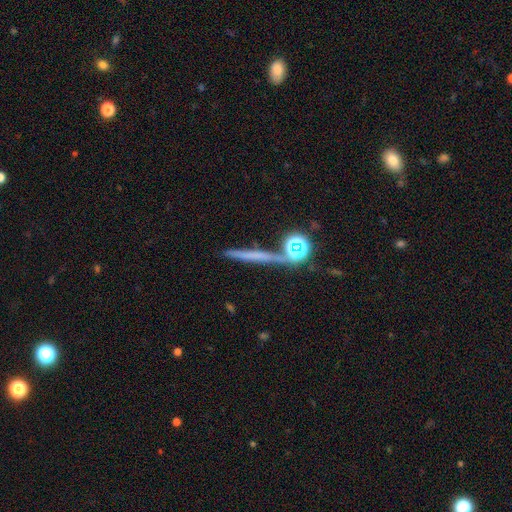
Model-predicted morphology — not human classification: Smooth or featured: smooth — 43% (featured or disk — 40%)
Merging: none — 78% (minor disturbance — 9%)